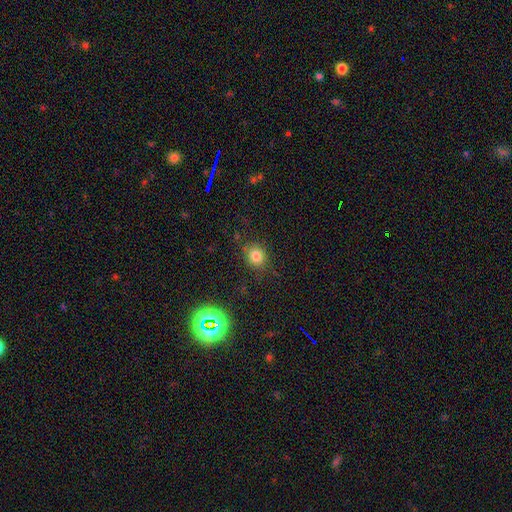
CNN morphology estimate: smooth 78%, star or artifact 15%, featured or disk 7%. Down the decision tree: how rounded — round (78%); merging — none (82%).